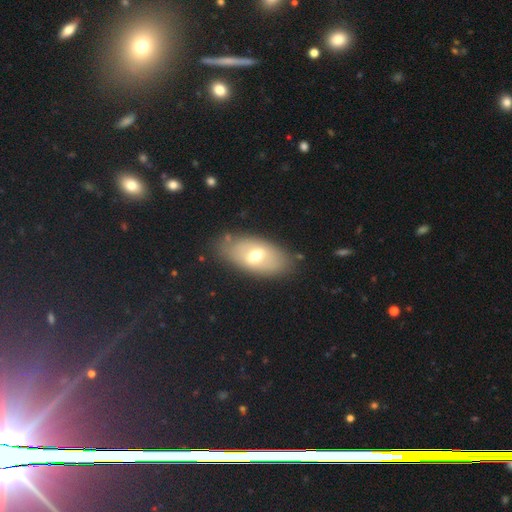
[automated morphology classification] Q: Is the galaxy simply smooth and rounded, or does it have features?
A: smooth — 53%.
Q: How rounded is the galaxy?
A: in between — 90%.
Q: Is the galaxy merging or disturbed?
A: none — 79%.